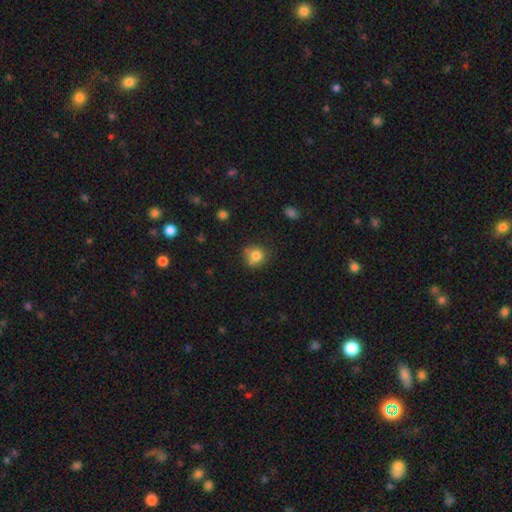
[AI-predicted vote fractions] Smooth or featured: smooth — 80% (star or artifact — 11%)
How rounded: round — 84% (in between — 15%)
Merging: none — 67% (minor disturbance — 22%)